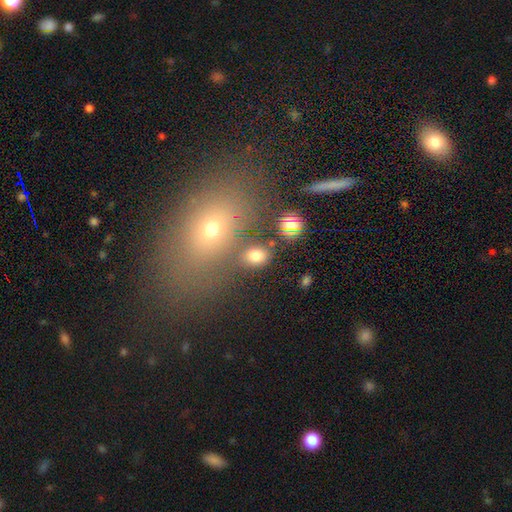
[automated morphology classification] type=smooth (75%); roundness=in between (62%); merging=none (75%).